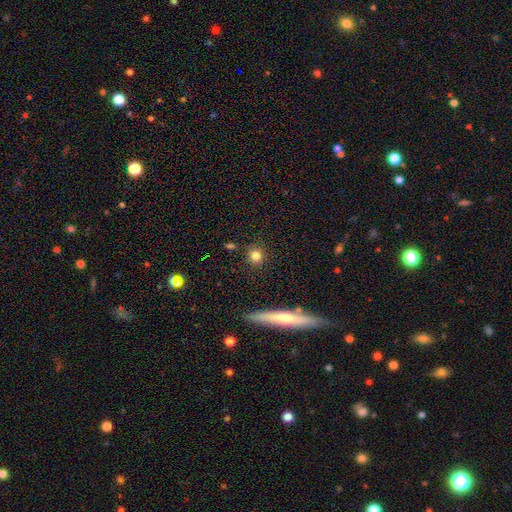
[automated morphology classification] smooth 80%, star or artifact 11%, featured or disk 9%. Down the decision tree: how rounded — round (86%); merging — none (89%).